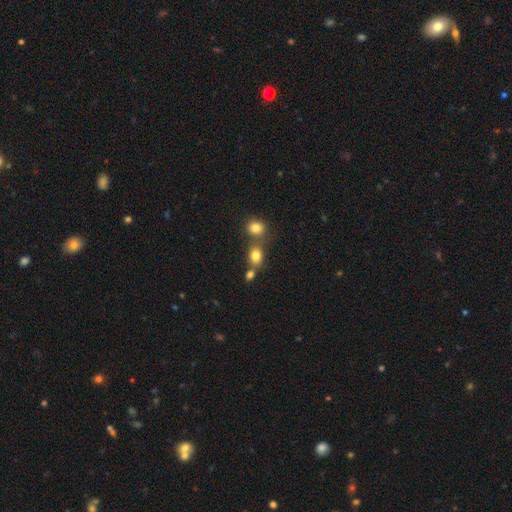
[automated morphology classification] Smooth or featured? Predicted: smooth (p=0.79). How rounded? Predicted: round (p=0.59). Merging? Predicted: none (p=0.52).